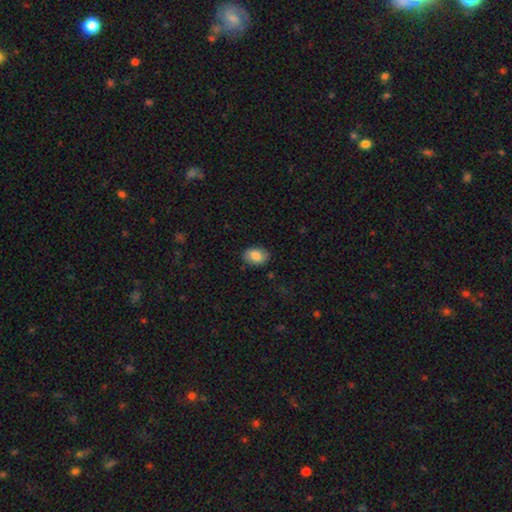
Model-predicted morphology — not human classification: smooth-or-featured: smooth: 82% | featured or disk: 10% | star or artifact: 7%
  how-rounded: in between: 84% | round: 15% | cigar-shaped: 1%
  merging: none: 85% | minor disturbance: 11% | major disturbance: 2% | merger: 1%